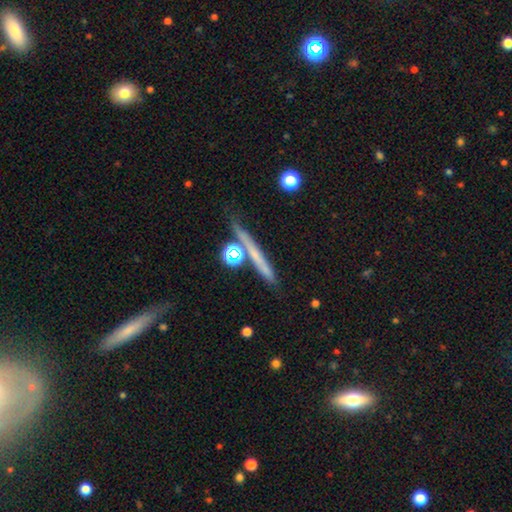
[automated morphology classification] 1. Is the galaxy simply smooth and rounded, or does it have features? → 45% smooth, 43% featured or disk, 12% star or artifact.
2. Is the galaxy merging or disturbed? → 75% none, 11% minor disturbance, 10% merger, 4% major disturbance.